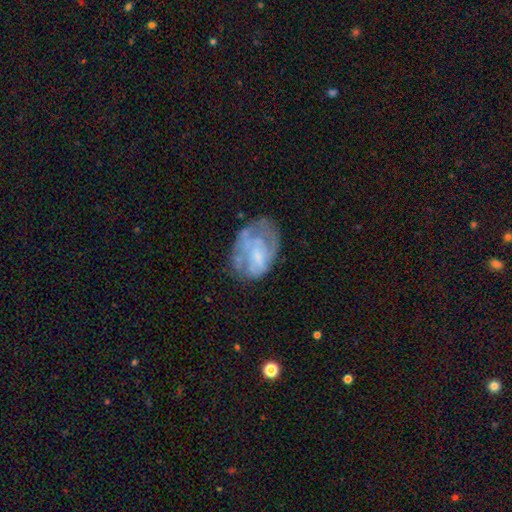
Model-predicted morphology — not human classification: Overall: featured or disk (60%; smooth 31%). Edge-on disk: no (97%). Bar: no (70%). Spiral arms: no (60%; yes 40%). Bulge size: none (42%; small 30%). Merging: none (49%; minor disturbance 26%).